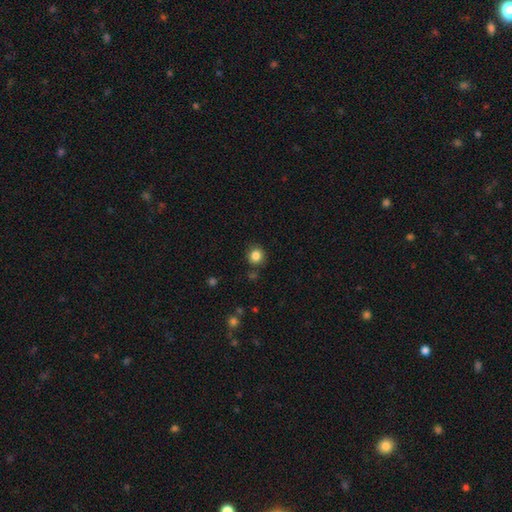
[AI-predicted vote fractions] A smooth galaxy with no disk features (84%) that is round (88%). Merging: none (84%).